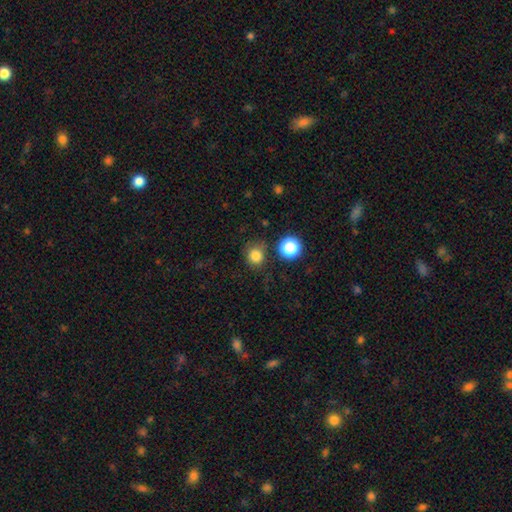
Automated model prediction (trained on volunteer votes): Smooth or featured? Predicted: smooth (p=0.81). How rounded? Predicted: round (p=0.88). Merging? Predicted: none (p=0.76).